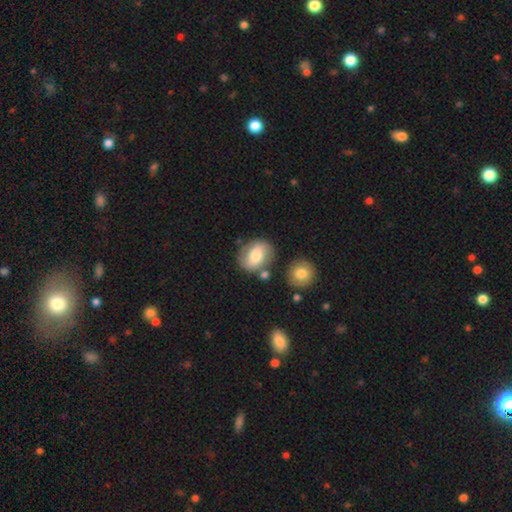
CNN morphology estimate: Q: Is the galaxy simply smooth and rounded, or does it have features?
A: smooth — 60%.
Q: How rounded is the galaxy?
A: round — 52%.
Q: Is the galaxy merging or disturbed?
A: none — 71%.